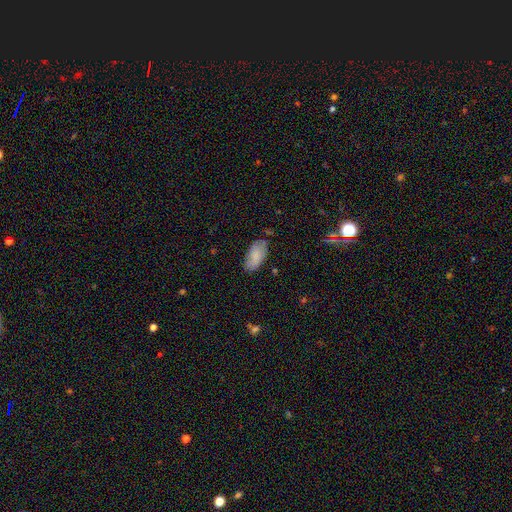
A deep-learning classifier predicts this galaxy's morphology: A smooth galaxy with no disk features (81%) that is in between round and cigar-shaped (93%). Merging: none (71%).